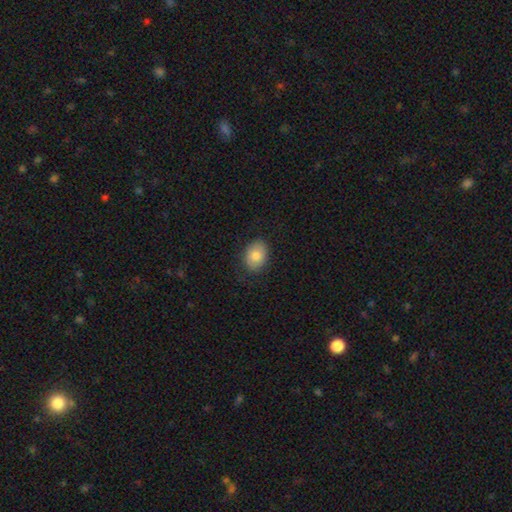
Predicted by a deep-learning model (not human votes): Morphology: type=smooth (80%); roundness=in between (69%); merging=none (82%).